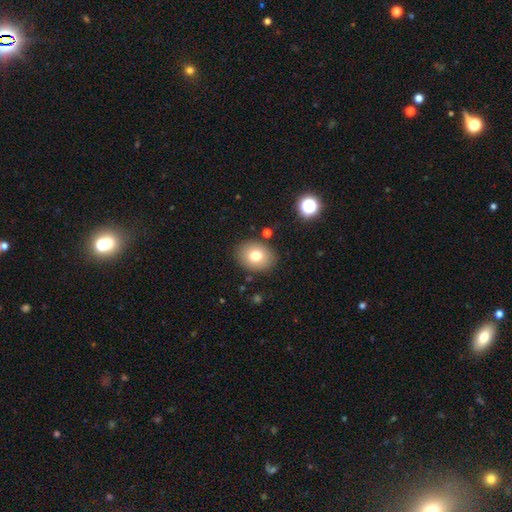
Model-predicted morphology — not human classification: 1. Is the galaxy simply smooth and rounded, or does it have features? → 75% smooth, 15% featured or disk, 11% star or artifact.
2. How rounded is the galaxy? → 59% in between, 40% round, 1% cigar-shaped.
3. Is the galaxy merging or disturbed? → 85% none, 9% minor disturbance, 3% major disturbance, 3% merger.